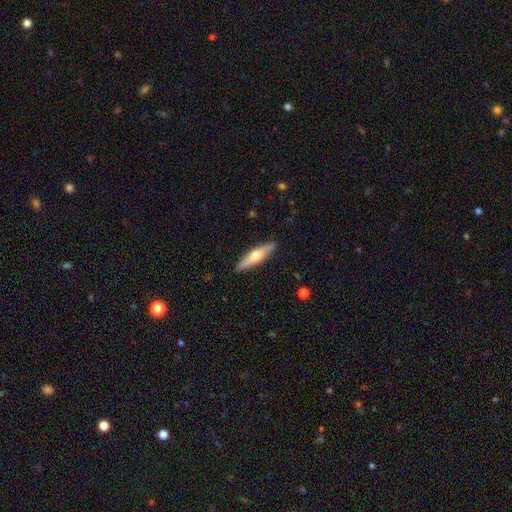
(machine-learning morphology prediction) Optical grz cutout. It shows a smooth galaxy with no disk features (49%). Merging: none (90%).